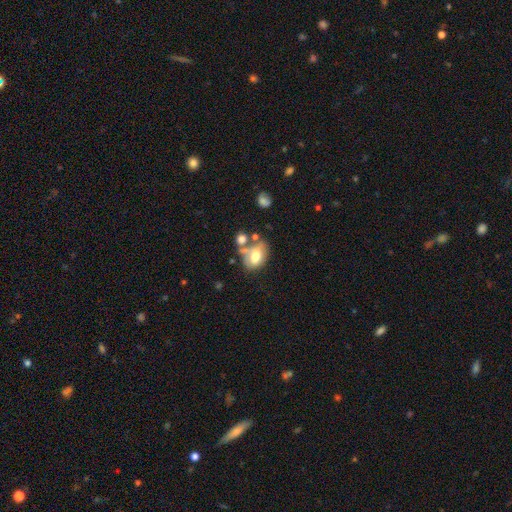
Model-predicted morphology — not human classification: Overall: smooth (61%; featured or disk 29%). How rounded: in between (81%). Merging: merger (33%, tied with none).